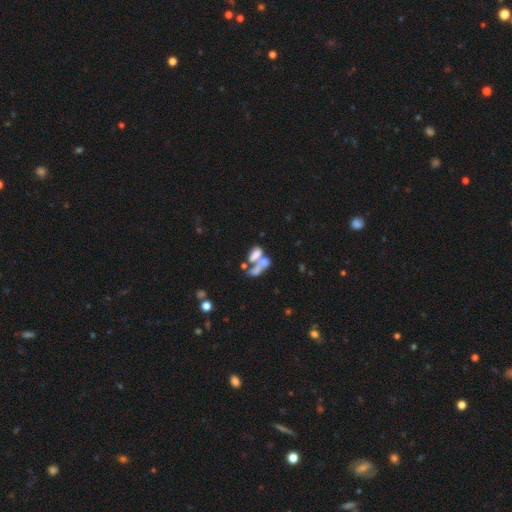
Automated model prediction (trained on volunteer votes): Overall: smooth (53%; featured or disk 33%). How rounded: in between (79%). Merging: merger (62%).